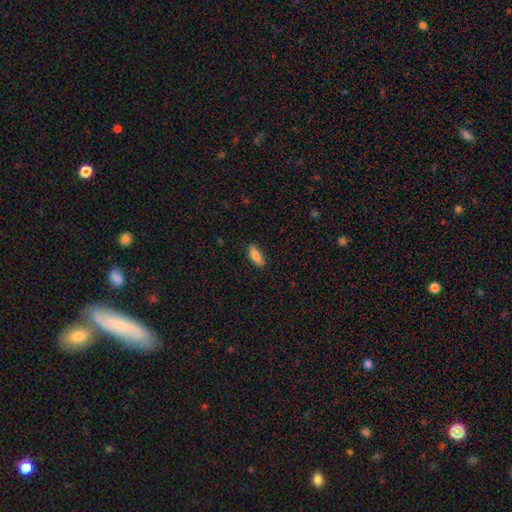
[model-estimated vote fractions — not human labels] smooth 79%, featured or disk 15%, star or artifact 6%. Down the decision tree: how rounded — in between (72%); merging — none (87%).